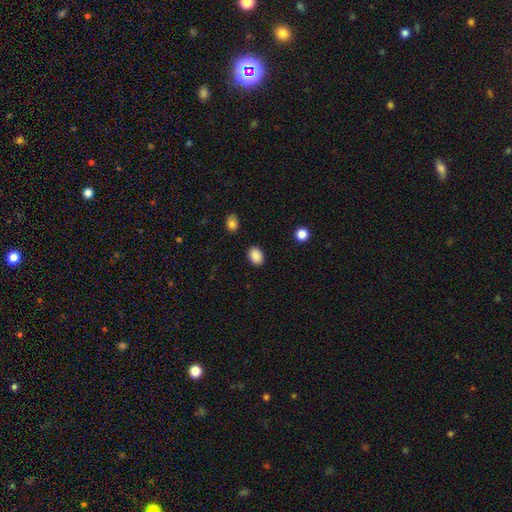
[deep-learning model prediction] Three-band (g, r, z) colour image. It shows a smooth galaxy with no disk features (89%) that is in between round and cigar-shaped (75%). Merging: none (89%).